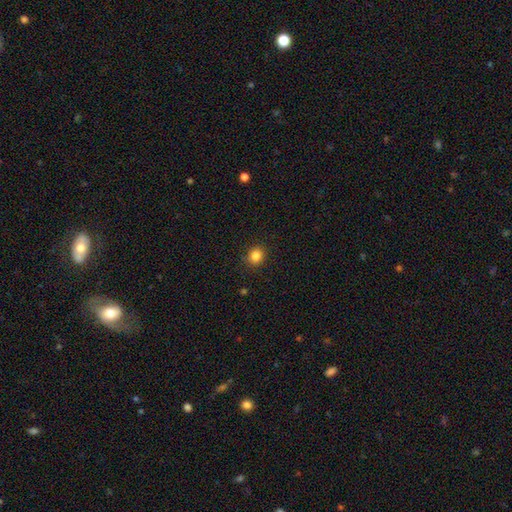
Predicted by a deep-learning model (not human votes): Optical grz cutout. It shows a smooth galaxy with no disk features (84%) that is round (83%). Merging: none (88%).